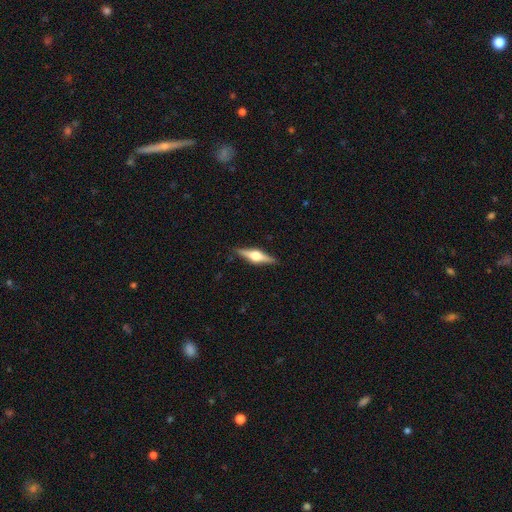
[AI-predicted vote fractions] Q: Smooth or featured?
A: featured or disk (74%); runner-up: smooth (20%)
Q: Edge-on disk?
A: yes (98%); runner-up: no (2%)
Q: Edge-on bulge?
A: rounded (94%); runner-up: boxy (5%)
Q: Merging?
A: none (90%); runner-up: minor disturbance (8%)